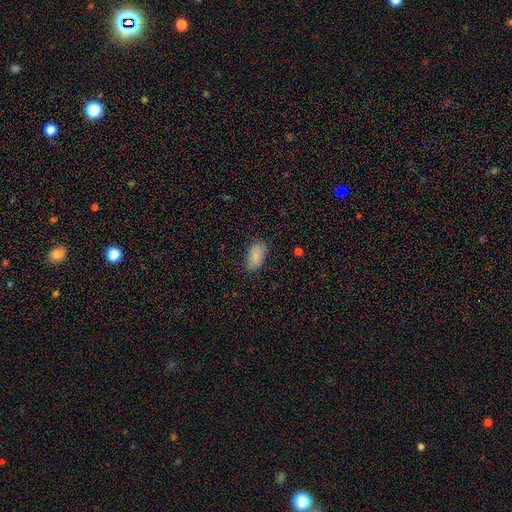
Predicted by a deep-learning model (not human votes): Q: Smooth or featured?
A: smooth (86%); runner-up: star or artifact (7%)
Q: How rounded?
A: in between (93%); runner-up: round (4%)
Q: Merging?
A: none (79%); runner-up: minor disturbance (16%)